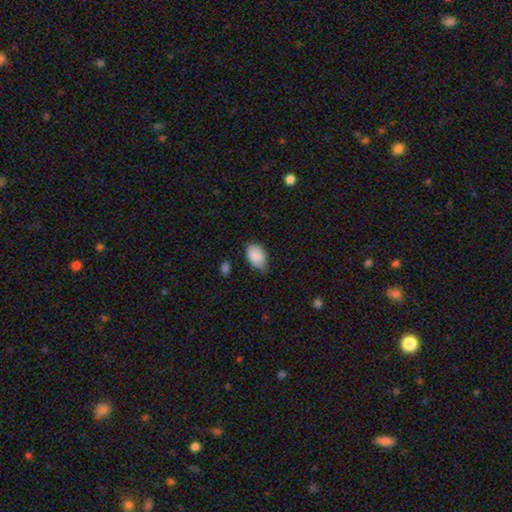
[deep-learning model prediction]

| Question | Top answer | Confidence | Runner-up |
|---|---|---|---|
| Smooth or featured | smooth | 89% | star or artifact (7%) |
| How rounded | in between | 90% | round (8%) |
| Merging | none | 61% | minor disturbance (32%) |